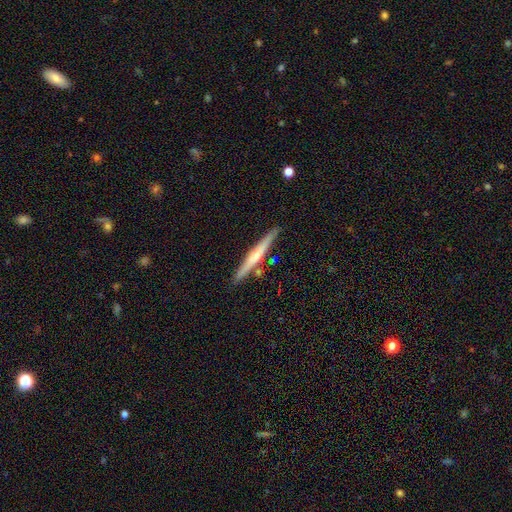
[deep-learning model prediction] Smooth or featured? Predicted: featured or disk (p=0.55). Edge-on disk? Predicted: yes (p=0.97). Edge-on bulge? Predicted: rounded (p=0.54). Merging? Predicted: none (p=0.85).